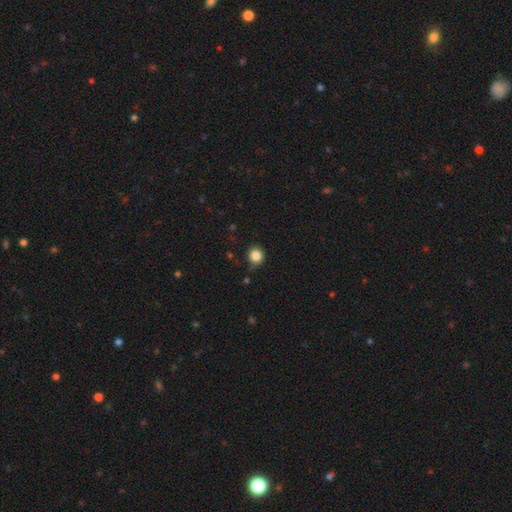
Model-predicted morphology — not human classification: Smooth or featured? Predicted: smooth (p=0.84). How rounded? Predicted: round (p=0.84). Merging? Predicted: none (p=0.75).